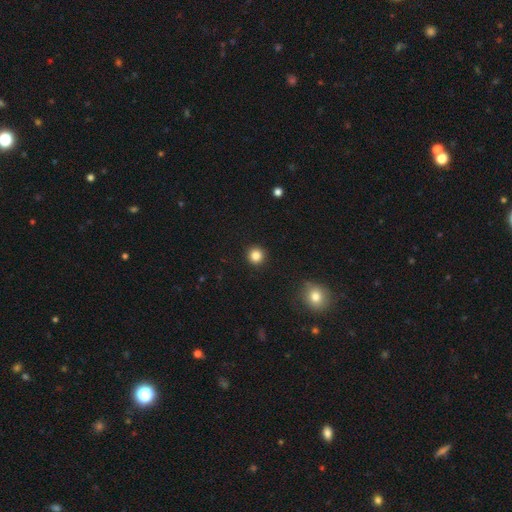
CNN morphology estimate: This is clearly a smooth galaxy (84%). How rounded: clearly round (95%). Merging: clearly none (93%).